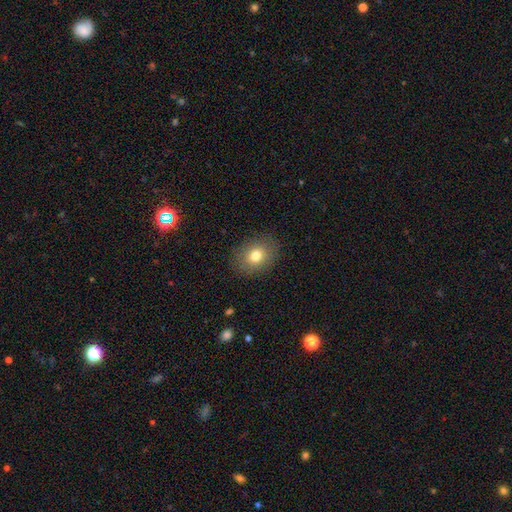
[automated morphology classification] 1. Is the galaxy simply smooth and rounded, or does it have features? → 77% smooth, 12% featured or disk, 11% star or artifact.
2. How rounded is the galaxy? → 52% in between, 47% round, 1% cigar-shaped.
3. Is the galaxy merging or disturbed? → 87% none, 9% minor disturbance, 3% major disturbance, 1% merger.